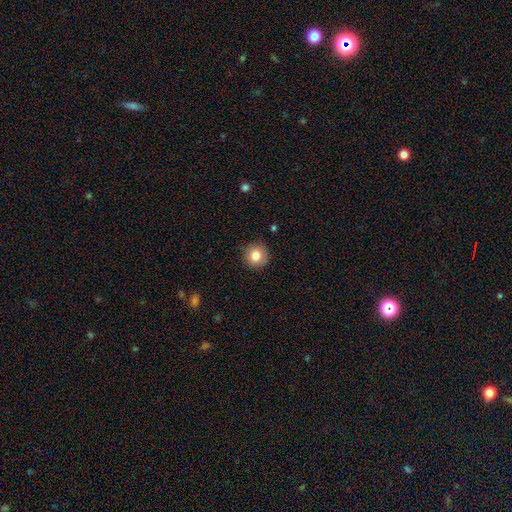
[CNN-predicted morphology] Q: Smooth or featured?
A: smooth (84%); runner-up: star or artifact (10%)
Q: How rounded?
A: round (94%); runner-up: in between (5%)
Q: Merging?
A: none (90%); runner-up: minor disturbance (7%)